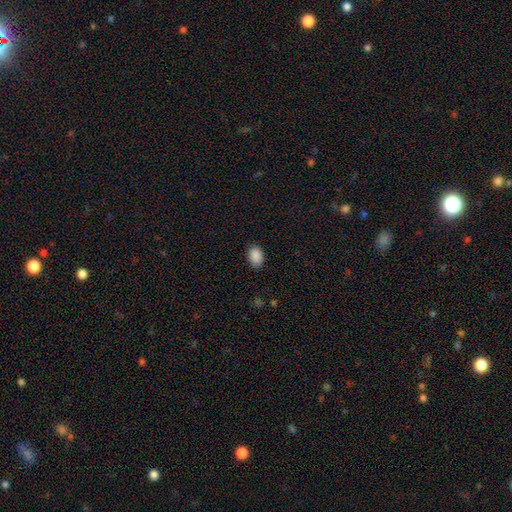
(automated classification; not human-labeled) Morphology: type=smooth (89%); roundness=in between (82%); merging=none (85%).